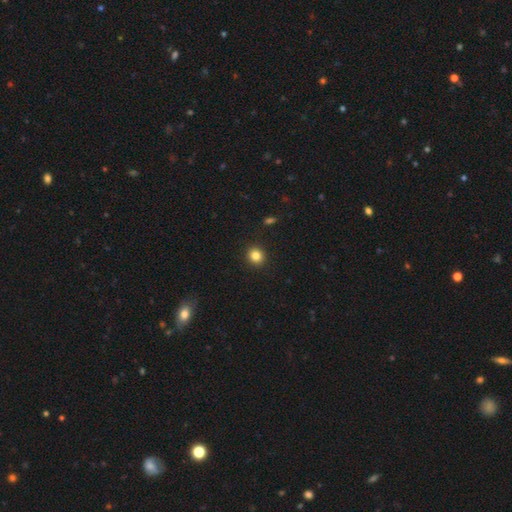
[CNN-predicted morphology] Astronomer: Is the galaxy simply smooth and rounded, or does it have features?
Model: smooth — 83%.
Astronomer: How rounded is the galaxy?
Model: round — 84%.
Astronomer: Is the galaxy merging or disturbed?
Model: none — 92%.